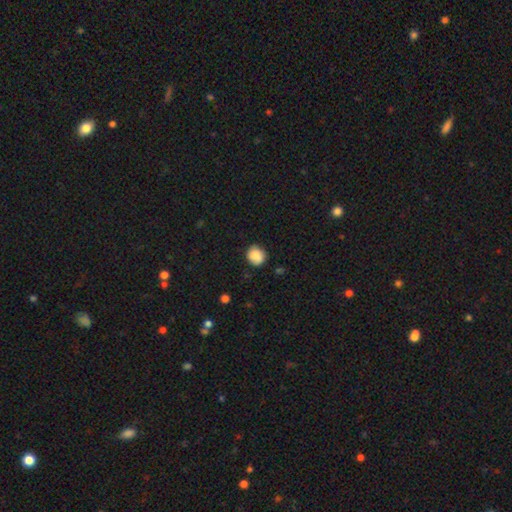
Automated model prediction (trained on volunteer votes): Smooth or featured? Predicted: smooth (p=0.86). How rounded? Predicted: round (p=0.77). Merging? Predicted: none (p=0.79).